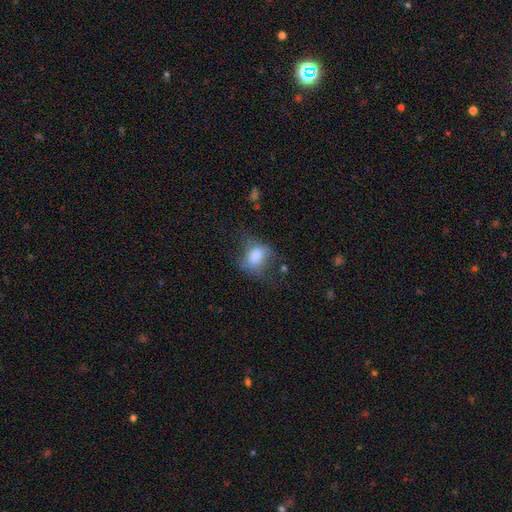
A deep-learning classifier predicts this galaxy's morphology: Smooth or featured: smooth — 71% (featured or disk — 19%)
How rounded: in between — 68% (round — 31%)
Merging: none — 35% (major disturbance — 33%)